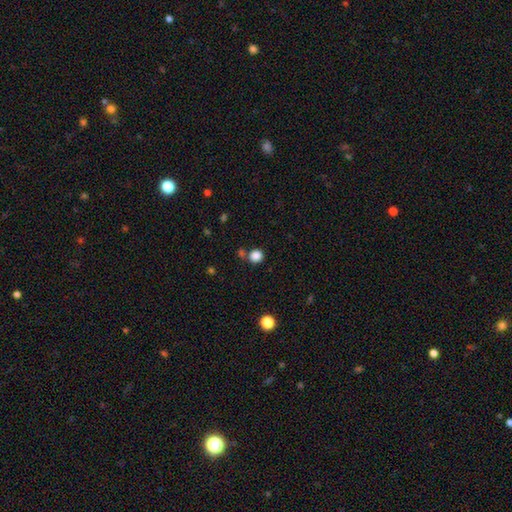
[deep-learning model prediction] Q: Smooth or featured?
A: smooth (85%); runner-up: star or artifact (12%)
Q: How rounded?
A: round (88%); runner-up: in between (11%)
Q: Merging?
A: none (74%); runner-up: merger (13%)